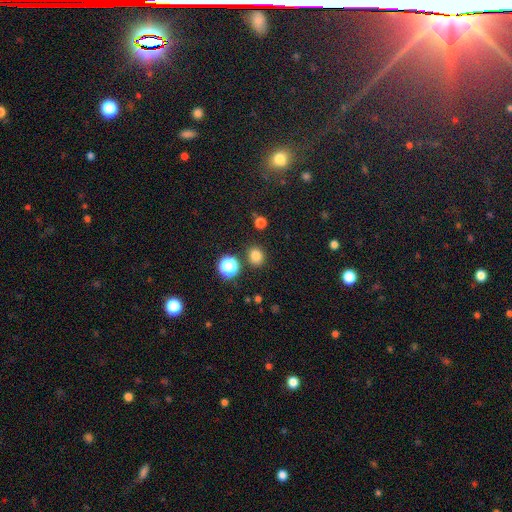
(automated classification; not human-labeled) Q: Smooth or featured?
A: smooth (79%); runner-up: star or artifact (16%)
Q: How rounded?
A: round (78%); runner-up: in between (21%)
Q: Merging?
A: none (85%); runner-up: minor disturbance (8%)